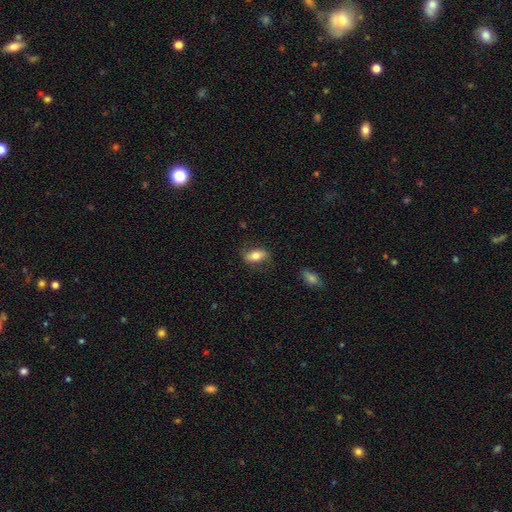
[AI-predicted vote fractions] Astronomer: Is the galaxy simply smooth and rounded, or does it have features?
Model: smooth — 72%.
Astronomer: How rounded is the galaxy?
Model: in between — 86%.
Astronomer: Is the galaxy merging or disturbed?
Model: none — 77%.